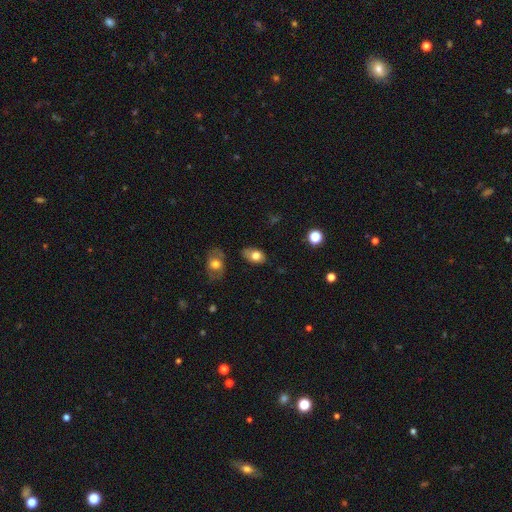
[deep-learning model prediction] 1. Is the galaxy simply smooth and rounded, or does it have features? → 75% smooth, 17% featured or disk, 8% star or artifact.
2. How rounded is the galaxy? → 85% in between, 14% round, 2% cigar-shaped.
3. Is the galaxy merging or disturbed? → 70% none, 20% minor disturbance, 5% major disturbance, 4% merger.